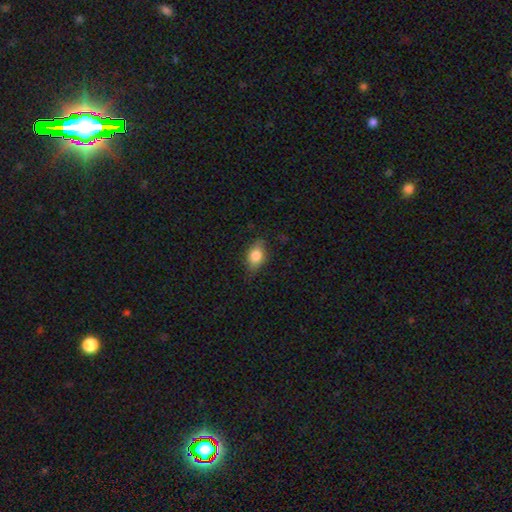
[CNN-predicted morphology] Smooth or featured? Predicted: smooth (p=0.79). How rounded? Predicted: in between (p=0.80). Merging? Predicted: none (p=0.76).